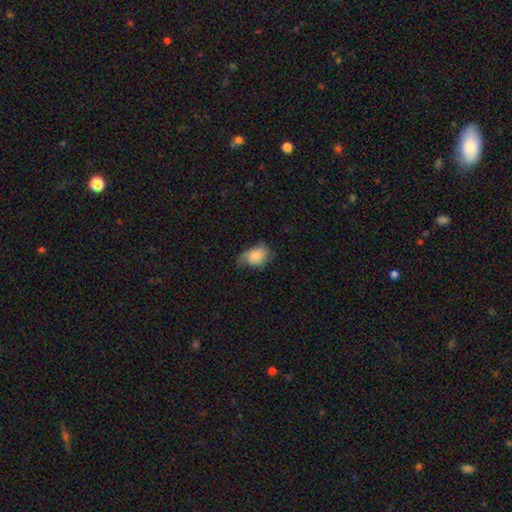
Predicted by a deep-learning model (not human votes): smooth-or-featured: smooth: 72% | featured or disk: 20% | star or artifact: 8%
  how-rounded: in between: 80% | round: 19% | cigar-shaped: 1%
  merging: minor disturbance: 39% (tied) | none: 39% (tied) | major disturbance: 20% | merger: 2%